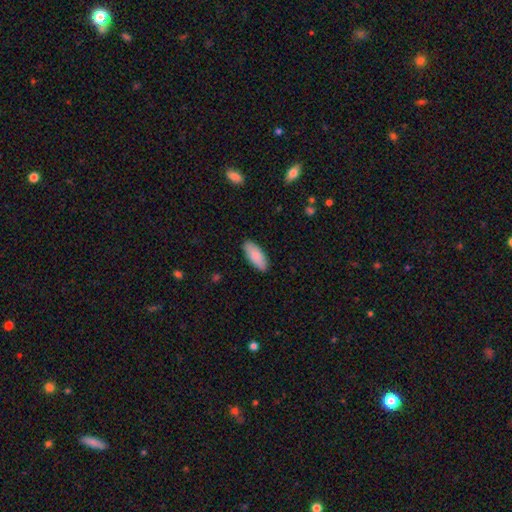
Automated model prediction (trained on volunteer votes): This is clearly a smooth galaxy (88%). How rounded: likely in between (79%). Merging: clearly none (88%).